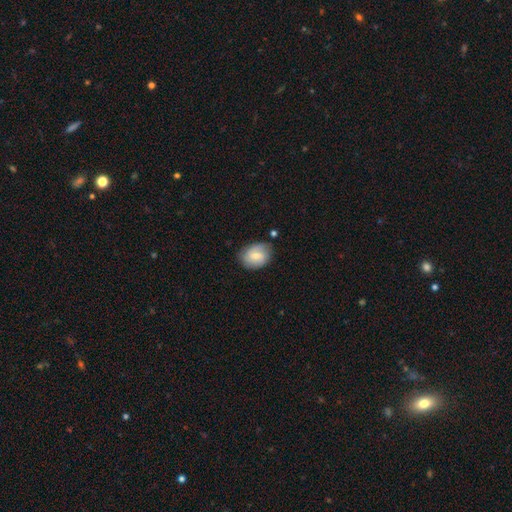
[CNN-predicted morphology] Smooth or featured?
  - smooth: 60% *
  - featured or disk: 33%
  - star or artifact: 7%
How rounded?
  - in between: 65% *
  - round: 34%
  - cigar-shaped: 1%
Merging?
  - none: 69% *
  - minor disturbance: 23%
  - major disturbance: 5%
  - merger: 3%